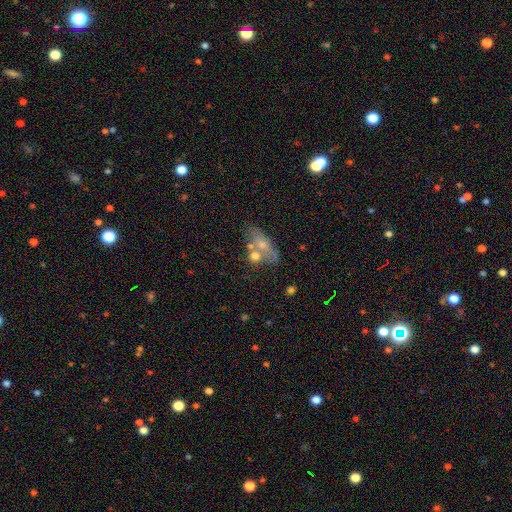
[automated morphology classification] smooth-or-featured: smooth: 59% | featured or disk: 31% | star or artifact: 10%
  how-rounded: in between: 68% | round: 21% | cigar-shaped: 11%
  merging: none: 38% | merger: 37% | minor disturbance: 15% | major disturbance: 10%